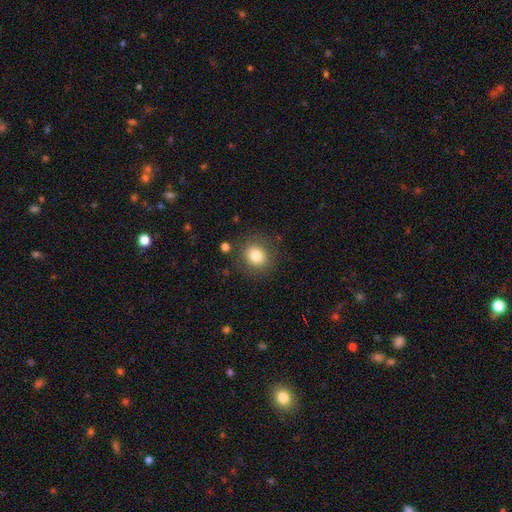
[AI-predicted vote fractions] Smooth or featured: smooth — 80% (star or artifact — 11%)
How rounded: round — 82% (in between — 17%)
Merging: none — 85% (minor disturbance — 9%)